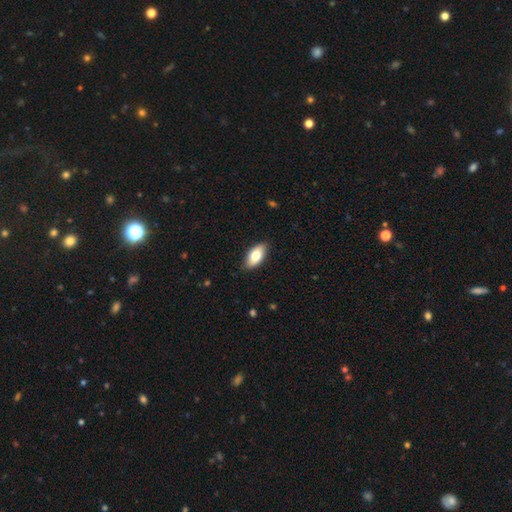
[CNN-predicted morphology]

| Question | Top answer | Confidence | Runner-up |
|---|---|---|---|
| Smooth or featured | smooth | 77% | featured or disk (17%) |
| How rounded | in between | 91% | cigar-shaped (6%) |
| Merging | none | 85% | minor disturbance (12%) |